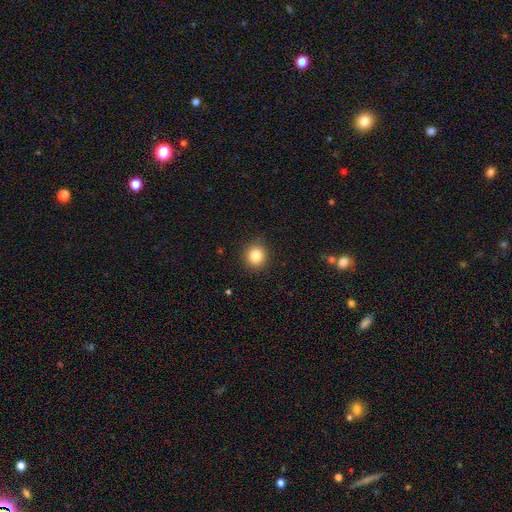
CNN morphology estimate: Smooth or featured?
  - smooth: 86% *
  - star or artifact: 10%
  - featured or disk: 4%
How rounded?
  - round: 88% *
  - in between: 11%
  - cigar-shaped: 1%
Merging?
  - none: 90% *
  - minor disturbance: 7%
  - major disturbance: 2%
  - merger: 1%